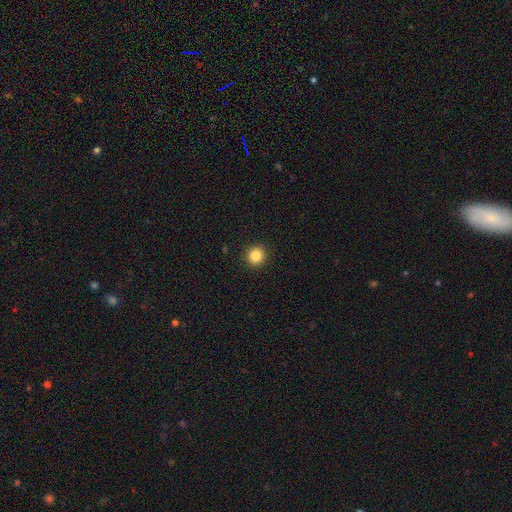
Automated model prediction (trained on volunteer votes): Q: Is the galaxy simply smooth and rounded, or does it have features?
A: smooth — 85%.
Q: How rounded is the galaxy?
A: round — 93%.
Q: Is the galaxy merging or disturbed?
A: none — 93%.